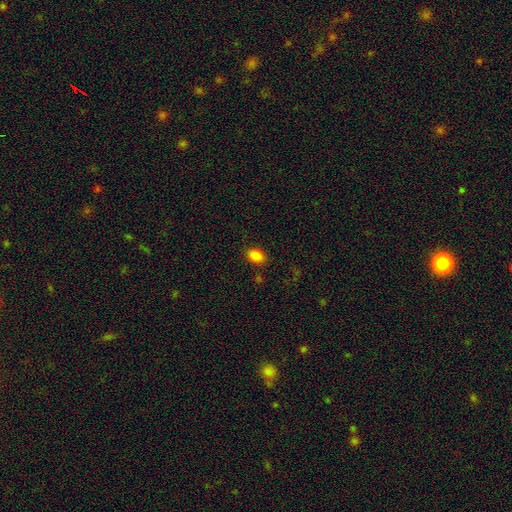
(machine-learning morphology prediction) This is clearly a smooth galaxy (84%). How rounded: likely in between (80%). Merging: clearly none (85%).